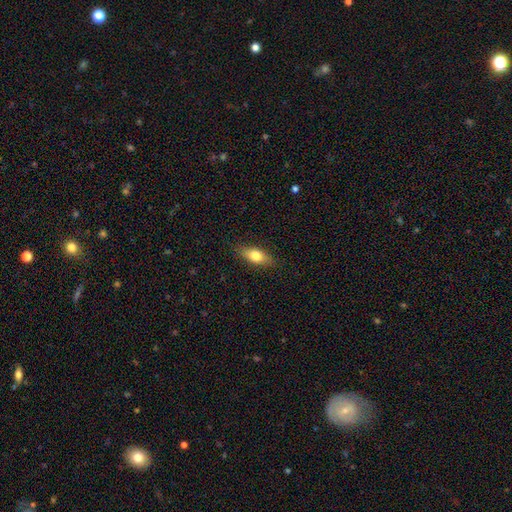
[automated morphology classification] Q: Smooth or featured?
A: smooth (72%); runner-up: featured or disk (20%)
Q: How rounded?
A: in between (75%); runner-up: cigar-shaped (20%)
Q: Merging?
A: none (85%); runner-up: minor disturbance (11%)